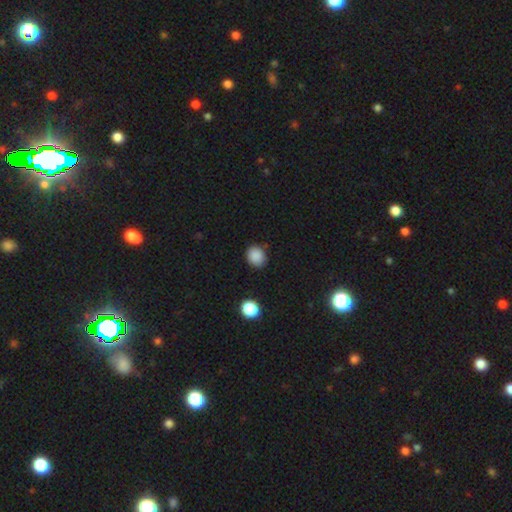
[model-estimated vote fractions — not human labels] The model was most divided on "how rounded": round: 78%, in between: 21%, cigar-shaped: 1%. More confident: smooth or featured — smooth (87%); merging — none (87%).